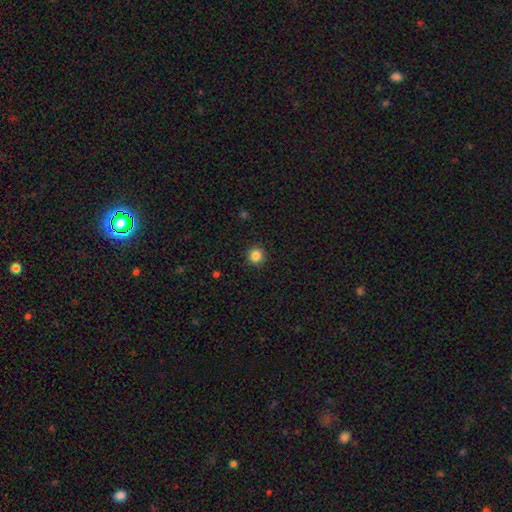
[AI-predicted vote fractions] Smooth or featured: smooth — 85% (star or artifact — 11%)
How rounded: round — 95% (in between — 4%)
Merging: none — 92% (minor disturbance — 5%)